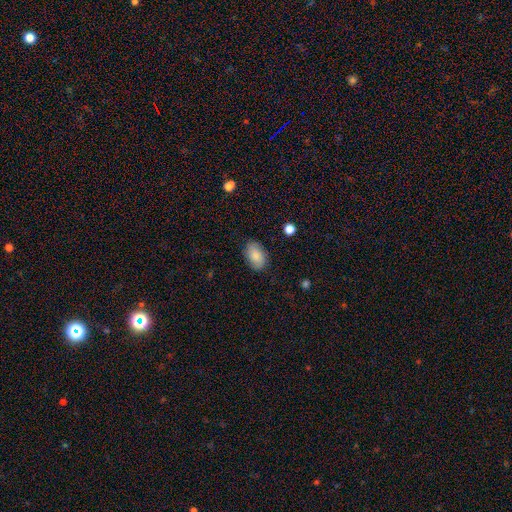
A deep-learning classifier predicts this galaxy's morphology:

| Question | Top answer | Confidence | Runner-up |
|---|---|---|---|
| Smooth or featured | smooth | 83% | featured or disk (10%) |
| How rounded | in between | 91% | round (8%) |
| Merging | none | 82% | minor disturbance (13%) |